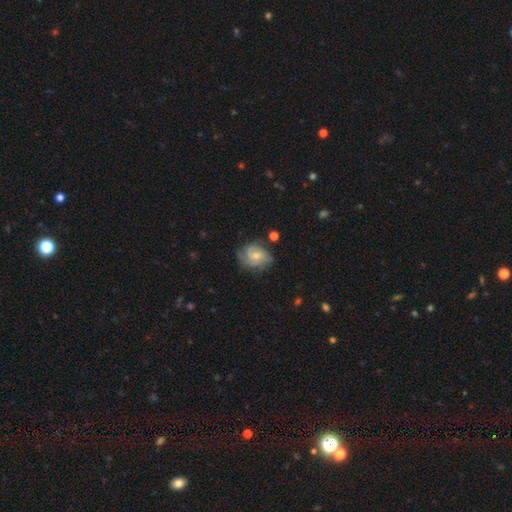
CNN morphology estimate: smooth-or-featured: featured or disk: 73% | smooth: 20% | star or artifact: 7%
  disk-edge-on: no: 98% | yes: 2%
    bar: no: 64% | weak: 32% | strong: 5%
    has-spiral-arms: yes: 92% | no: 8%
      spiral-winding: tight: 52% | medium: 37% | loose: 11%
      spiral-arm-count: 3: 32% | can't tell: 26% | 2: 22% | 4: 10% | 1: 5% | more than 4: 4%
    bulge-size: moderate: 50% | small: 46% | none: 2% | large: 2% | dominant: 1%
  merging: none: 67% | minor disturbance: 22% | major disturbance: 8% | merger: 2%